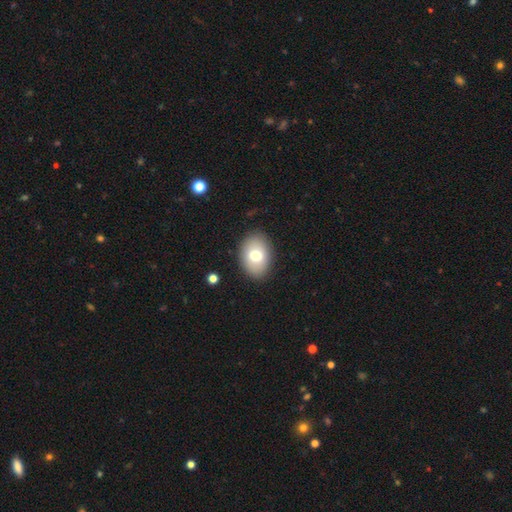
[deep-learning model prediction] smooth 75%, featured or disk 18%, star or artifact 8%. Down the decision tree: how rounded — in between (80%); merging — none (86%).